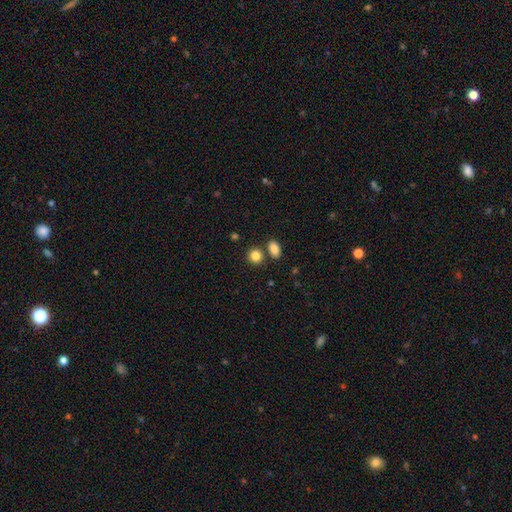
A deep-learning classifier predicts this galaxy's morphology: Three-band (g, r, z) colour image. It shows a smooth galaxy with no disk features (85%) that is round (73%). Merging: none (73%).